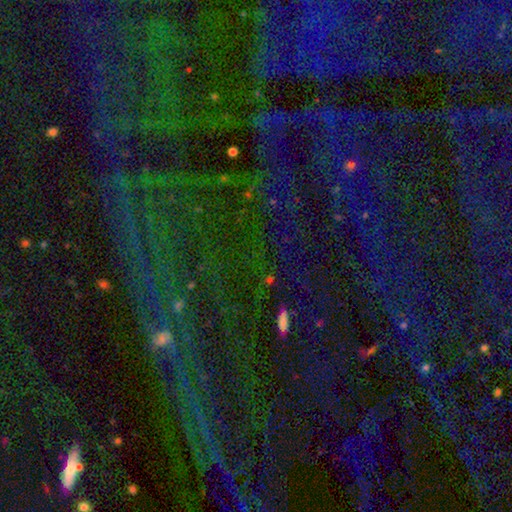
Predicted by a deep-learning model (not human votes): star or artifact 78%, smooth 12%, featured or disk 10%.